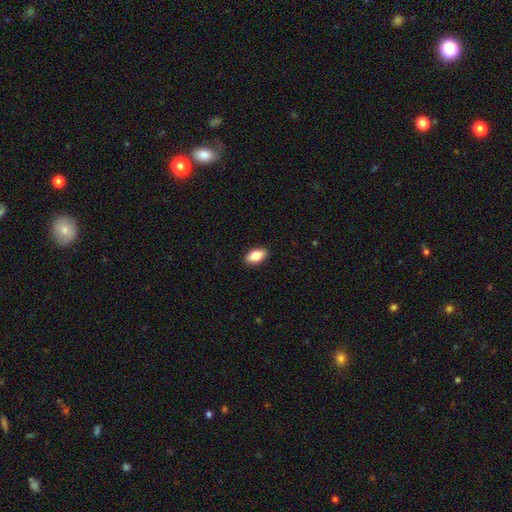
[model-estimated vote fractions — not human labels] A smooth galaxy with no disk features (83%) that is in between round and cigar-shaped (91%).

Vote fractions:
- Smooth or featured? smooth: 83% / featured or disk: 10% / star or artifact: 7%
- How rounded? in between: 91% / round: 5% / cigar-shaped: 4%
- Merging? none: 90% / minor disturbance: 7% / major disturbance: 2% / merger: 1%